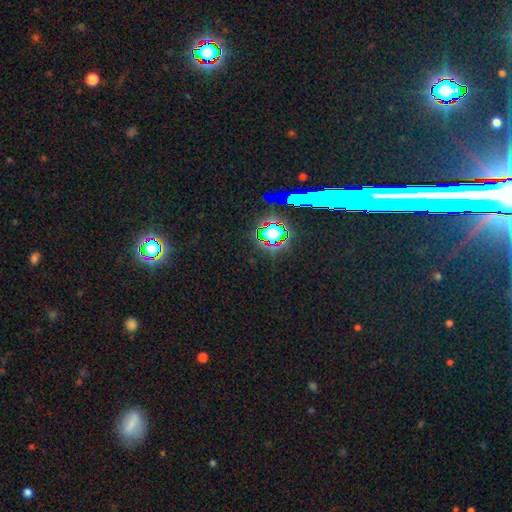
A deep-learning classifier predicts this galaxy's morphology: A star or artifact, not a galaxy (75%).

Vote fractions:
- Smooth or featured? star or artifact: 75% / smooth: 13% / featured or disk: 12%